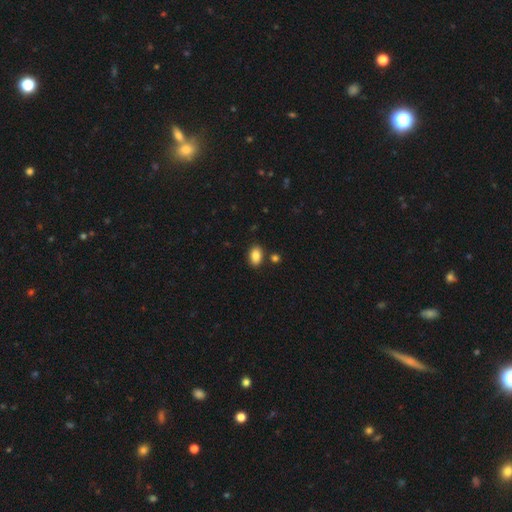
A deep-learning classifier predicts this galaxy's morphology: The model was most divided on "merging": none: 83%, minor disturbance: 9%, merger: 5%, major disturbance: 2%. More confident: smooth or featured — smooth (87%); how rounded — in between (86%).